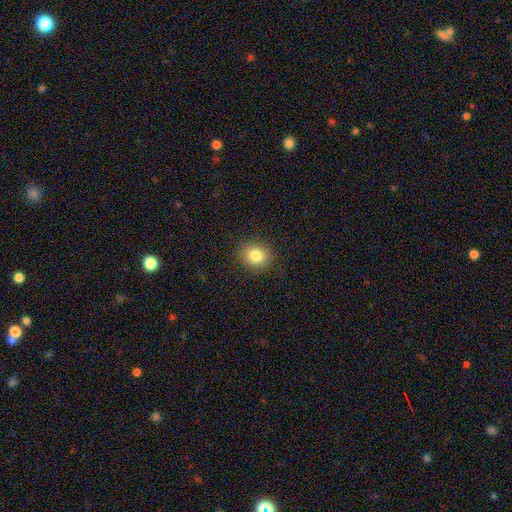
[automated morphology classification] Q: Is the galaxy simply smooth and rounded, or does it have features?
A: smooth — 83%.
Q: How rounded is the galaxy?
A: round — 73%.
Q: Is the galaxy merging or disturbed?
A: none — 90%.